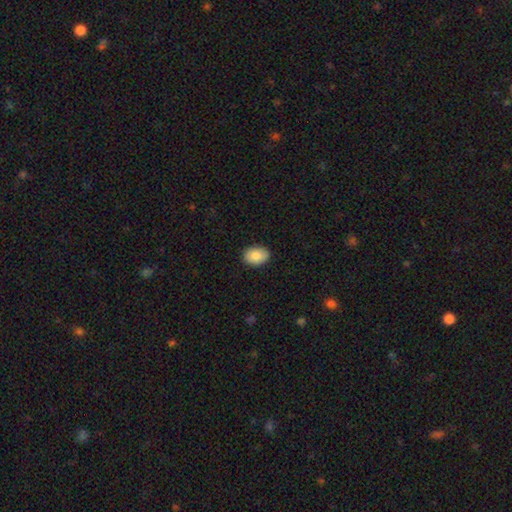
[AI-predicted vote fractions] Smooth or featured? smooth (83%)
How rounded? in between (79%)
Merging? none (87%)